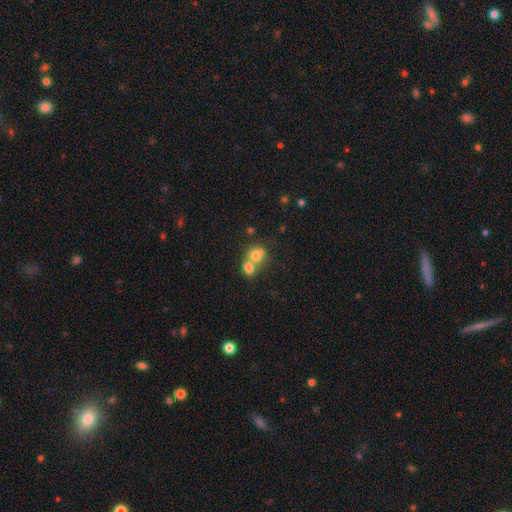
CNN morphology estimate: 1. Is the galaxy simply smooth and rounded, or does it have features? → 73% smooth, 16% featured or disk, 11% star or artifact.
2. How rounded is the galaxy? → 65% round, 34% in between, 1% cigar-shaped.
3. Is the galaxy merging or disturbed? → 65% merger, 26% none, 6% minor disturbance, 3% major disturbance.